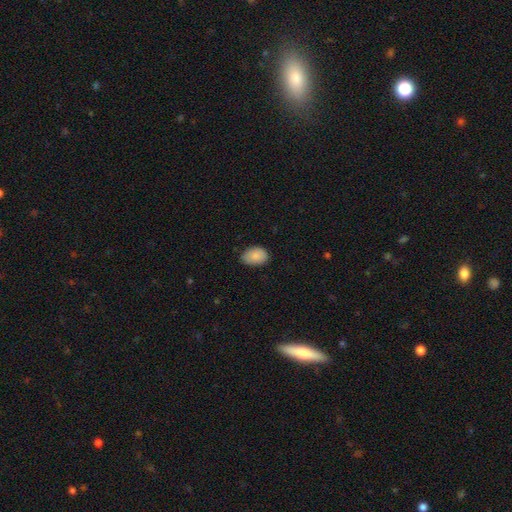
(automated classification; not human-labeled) Q: Smooth or featured?
A: smooth (86%); runner-up: star or artifact (7%)
Q: How rounded?
A: in between (84%); runner-up: round (15%)
Q: Merging?
A: none (75%); runner-up: minor disturbance (21%)